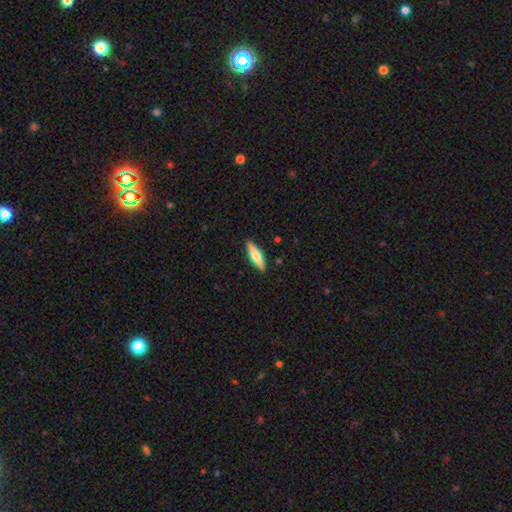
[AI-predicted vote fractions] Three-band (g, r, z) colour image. It shows a featured or disk galaxy (52%) viewed edge-on (96%). Merging: none (90%).